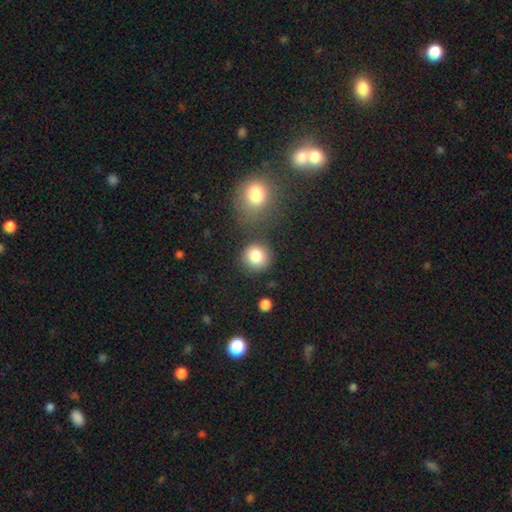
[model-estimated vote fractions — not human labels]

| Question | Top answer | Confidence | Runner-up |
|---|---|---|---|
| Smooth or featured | smooth | 83% | star or artifact (10%) |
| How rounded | round | 90% | in between (10%) |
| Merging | none | 79% | merger (9%) |